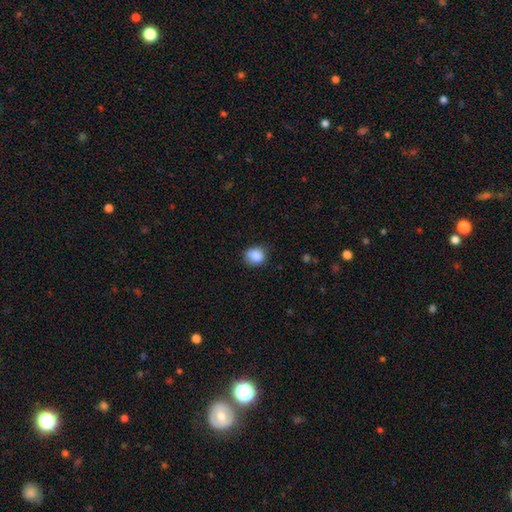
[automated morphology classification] Smooth or featured? Predicted: smooth (p=0.87). How rounded? Predicted: round (p=0.71). Merging? Predicted: none (p=0.75).